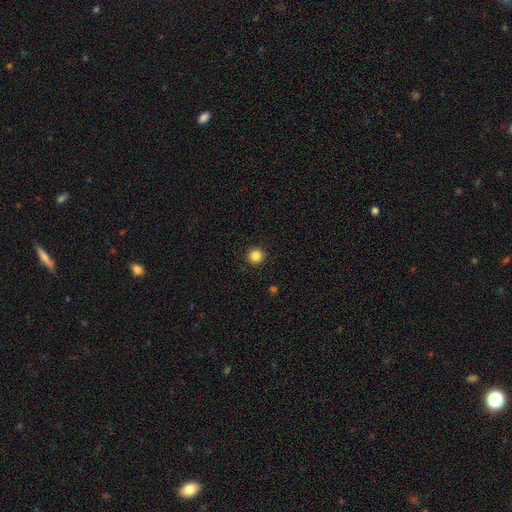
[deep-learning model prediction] smooth_or_featured: smooth (p=0.86) [alt: star or artifact p=0.11]
how_rounded: round (p=0.95) [alt: in between p=0.04]
merging: none (p=0.93) [alt: minor disturbance p=0.05]